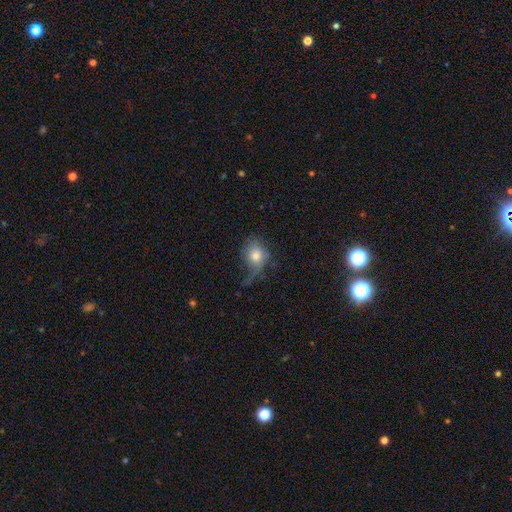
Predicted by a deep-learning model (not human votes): smooth-or-featured: smooth: 70% | featured or disk: 20% | star or artifact: 10%
  how-rounded: round: 56% | in between: 43% | cigar-shaped: 2%
  merging: none: 35% | major disturbance: 33% | minor disturbance: 28% | merger: 4%